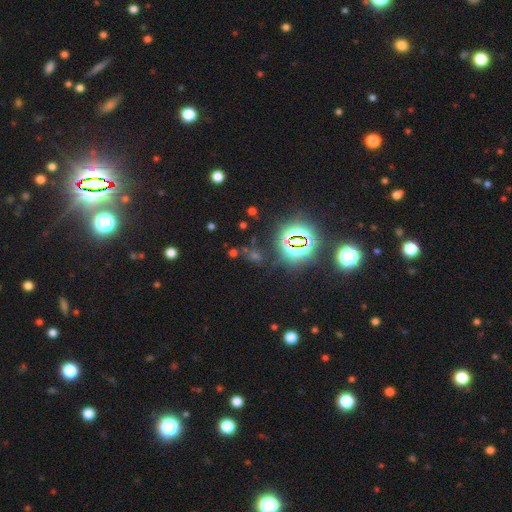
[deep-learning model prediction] Smooth or featured? Predicted: star or artifact (p=0.67).